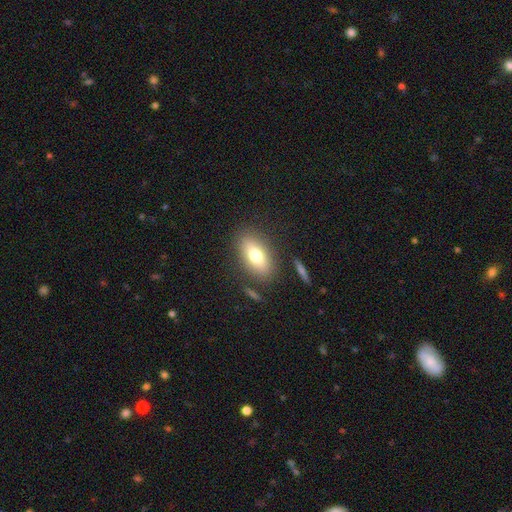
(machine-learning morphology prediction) This appears to be a smooth galaxy with no disk features (72%) that is in between round and cigar-shaped (83%). Merging: none (82%).